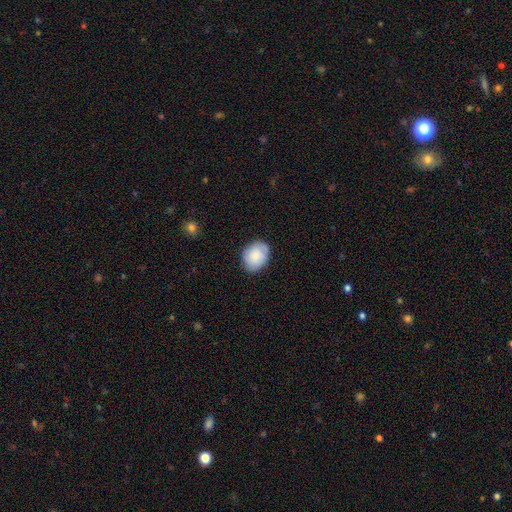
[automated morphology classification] The model was most divided on "how rounded": in between: 60%, round: 39%, cigar-shaped: 1%. More confident: smooth or featured — smooth (83%); merging — none (81%).